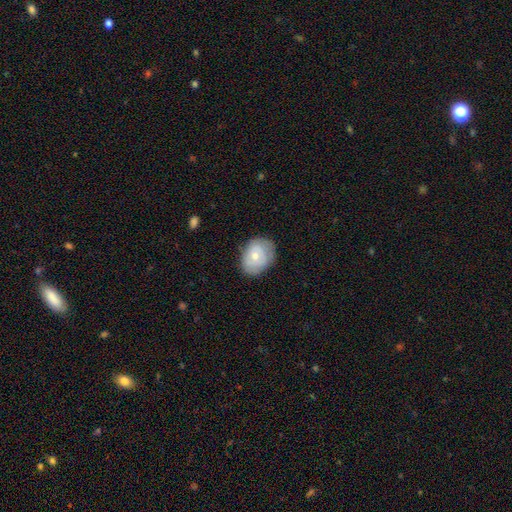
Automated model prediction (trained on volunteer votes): A smooth galaxy with no disk features (66%) that is in between round and cigar-shaped (59%). Merging: none (74%).